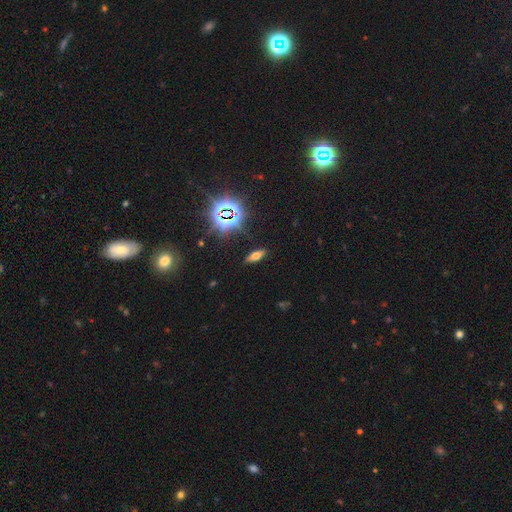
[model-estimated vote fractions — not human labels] The model was most divided on "smooth or featured": smooth: 49%, star or artifact: 27%, featured or disk: 24%. More confident: merging — none (88%).